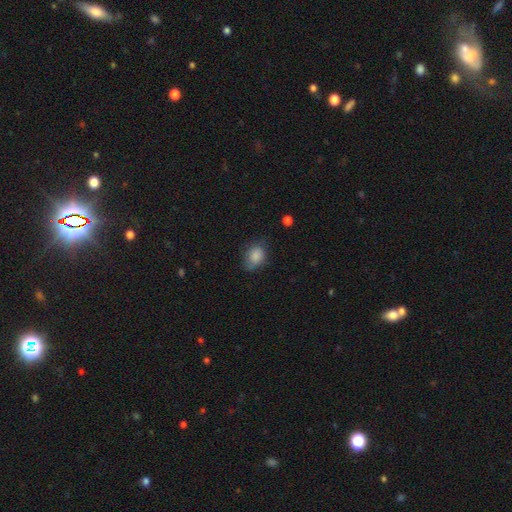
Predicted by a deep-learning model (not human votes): A smooth galaxy with no disk features (84%) that is in between round and cigar-shaped (67%). Merging: none (61%).